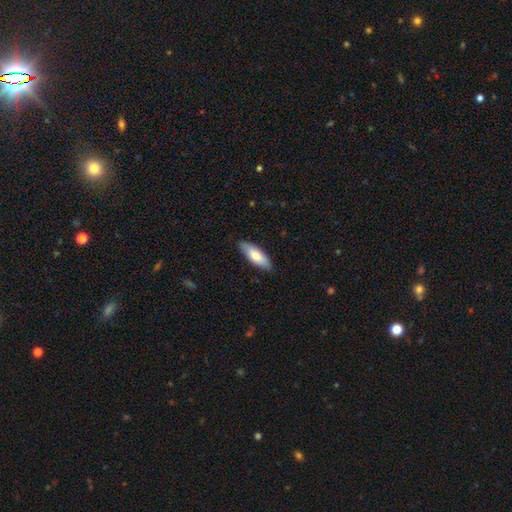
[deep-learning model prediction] Smooth or featured?
  - smooth: 74% *
  - featured or disk: 21%
  - star or artifact: 5%
How rounded?
  - in between: 69% *
  - cigar-shaped: 29%
  - round: 2%
Merging?
  - none: 86% *
  - minor disturbance: 11%
  - major disturbance: 2%
  - merger: 1%